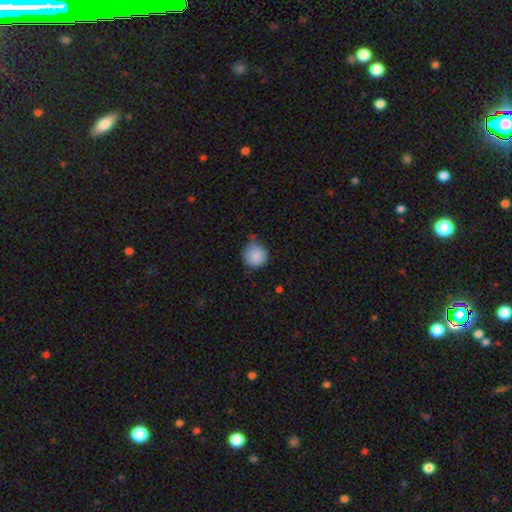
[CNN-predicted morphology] Overall: smooth (88%). How rounded: round (92%). Merging: none (60%; minor disturbance 30%).